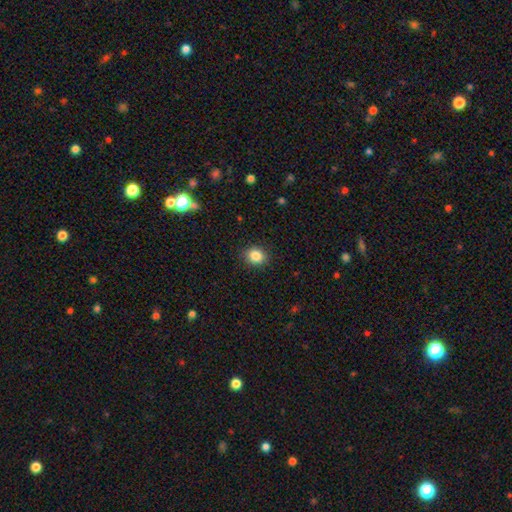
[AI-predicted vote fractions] Overall: smooth (85%). How rounded: round (68%; in between 31%). Merging: none (88%).